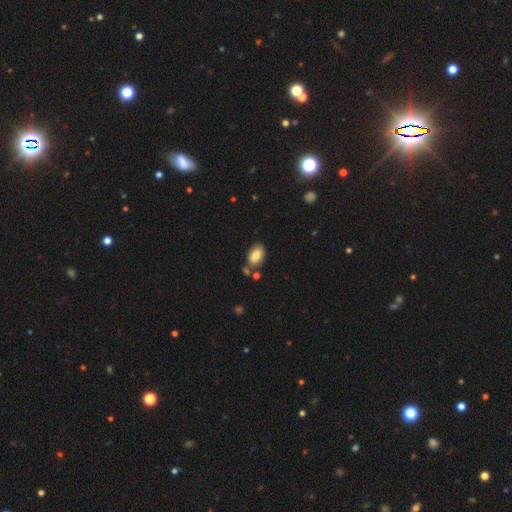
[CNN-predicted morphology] Smooth or featured? Predicted: smooth (p=0.83). How rounded? Predicted: in between (p=0.92). Merging? Predicted: none (p=0.72).